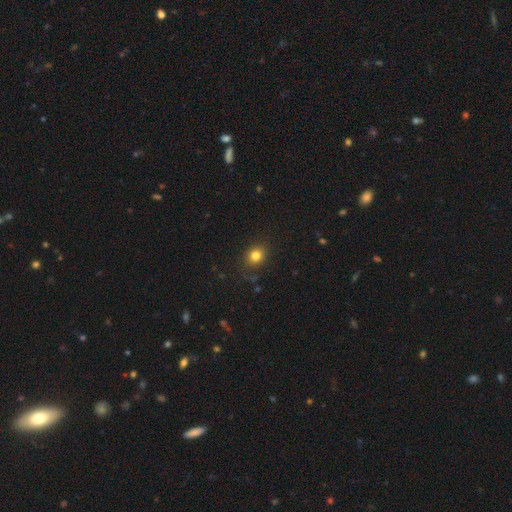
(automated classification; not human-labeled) smooth_or_featured: smooth (p=0.80) [alt: star or artifact p=0.13]
how_rounded: round (p=0.66) [alt: in between p=0.33]
merging: none (p=0.85) [alt: minor disturbance p=0.10]